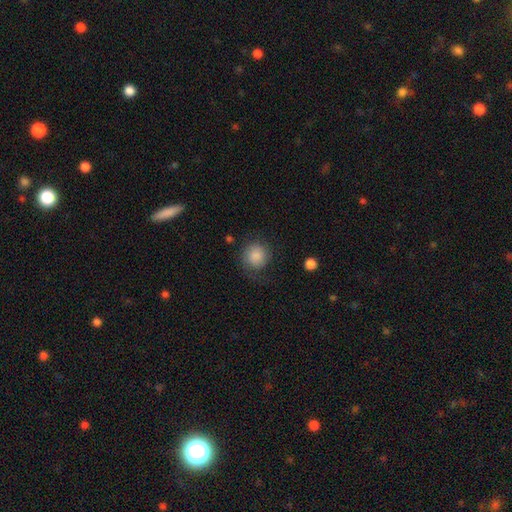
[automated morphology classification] This appears to be a smooth galaxy with no disk features (84%) that is round (89%). Merging: none (72%).